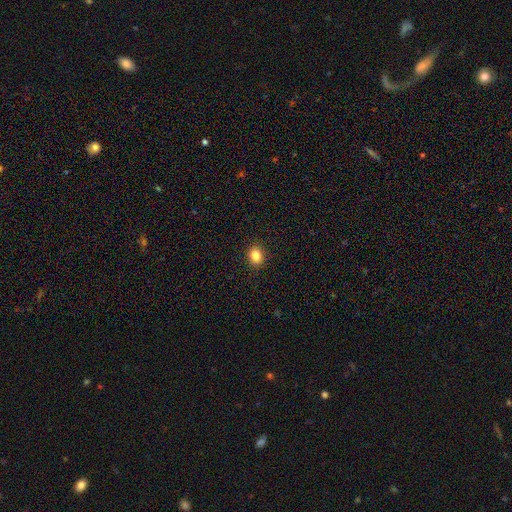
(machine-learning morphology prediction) Overall: smooth (85%). How rounded: in between (56%; round 43%). Merging: none (91%).